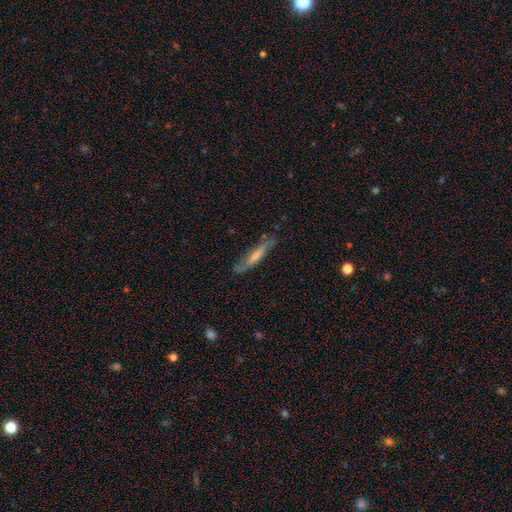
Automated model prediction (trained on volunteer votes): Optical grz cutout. It shows a featured or disk galaxy (61%) viewed edge-on (63%). Merging: none (75%).